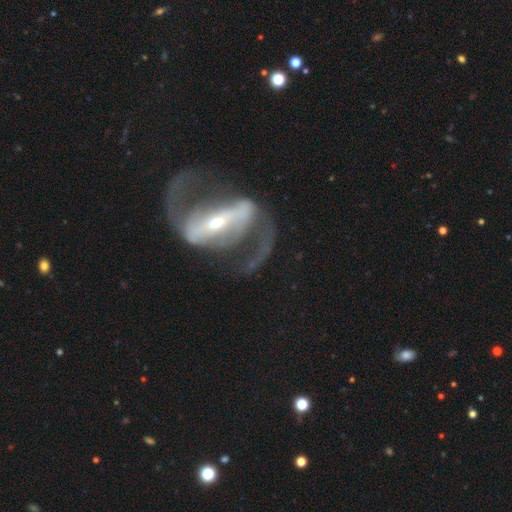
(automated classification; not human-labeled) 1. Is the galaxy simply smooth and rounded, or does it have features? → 90% featured or disk, 5% smooth, 5% star or artifact.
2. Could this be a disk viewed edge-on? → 94% no, 6% yes.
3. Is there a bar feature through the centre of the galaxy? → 75% strong, 17% weak, 8% no.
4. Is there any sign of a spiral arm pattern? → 94% yes, 6% no.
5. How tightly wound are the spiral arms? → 48% medium, 39% loose, 14% tight.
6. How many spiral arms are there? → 92% 2, 3% can't tell, 2% 1, 1% 3, 1% 4, 1% more than 4.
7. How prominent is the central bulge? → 58% small, 36% moderate, 4% large, 1% dominant, 1% none.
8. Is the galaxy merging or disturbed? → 65% none, 19% major disturbance, 13% minor disturbance, 3% merger.